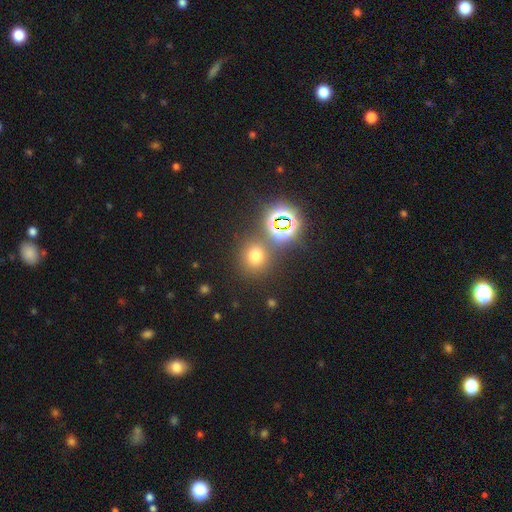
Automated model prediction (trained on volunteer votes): A smooth galaxy with no disk features (63%) that is round (86%).

Vote fractions:
- Smooth or featured? smooth: 63% / star or artifact: 30% / featured or disk: 8%
- How rounded? round: 86% / in between: 12% / cigar-shaped: 1%
- Merging? none: 78% / merger: 10% / minor disturbance: 8% / major disturbance: 4%